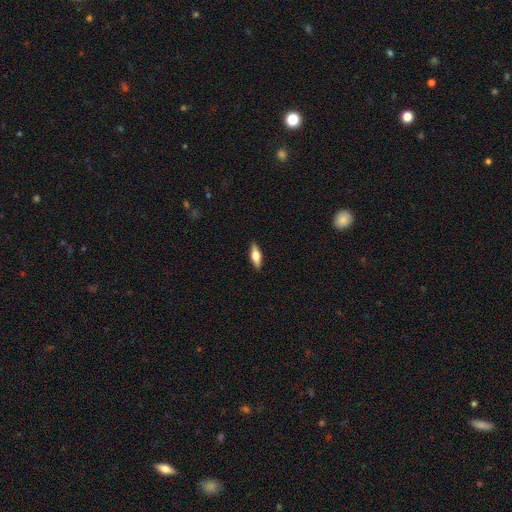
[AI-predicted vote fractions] A smooth galaxy with no disk features (57%) that is in between round and cigar-shaped (59%). Merging: none (89%).